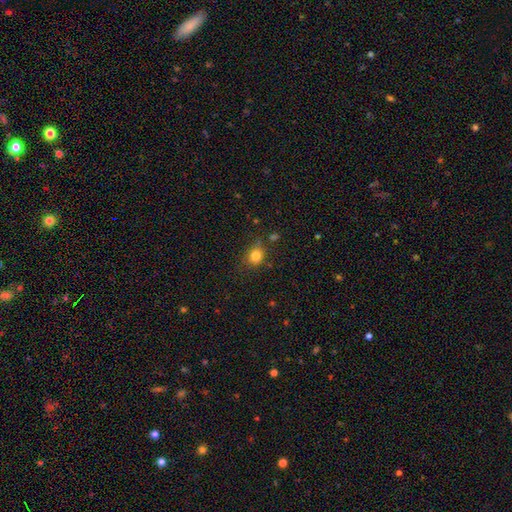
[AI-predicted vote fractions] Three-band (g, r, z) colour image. It shows a smooth galaxy with no disk features (81%) that is round (71%). Merging: none (68%).